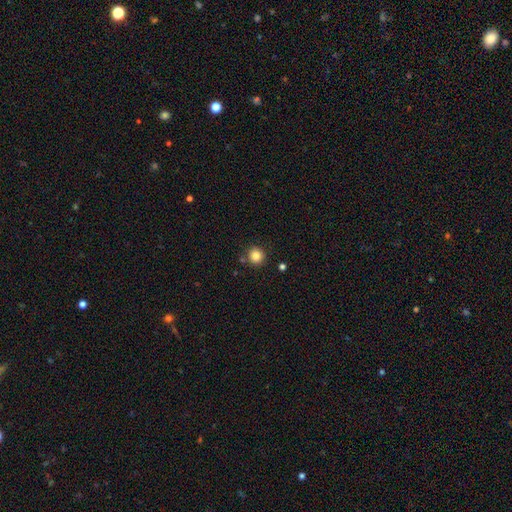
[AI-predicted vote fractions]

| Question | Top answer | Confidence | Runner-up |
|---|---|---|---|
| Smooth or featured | smooth | 86% | star or artifact (11%) |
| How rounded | round | 91% | in between (8%) |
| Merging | none | 85% | minor disturbance (8%) |